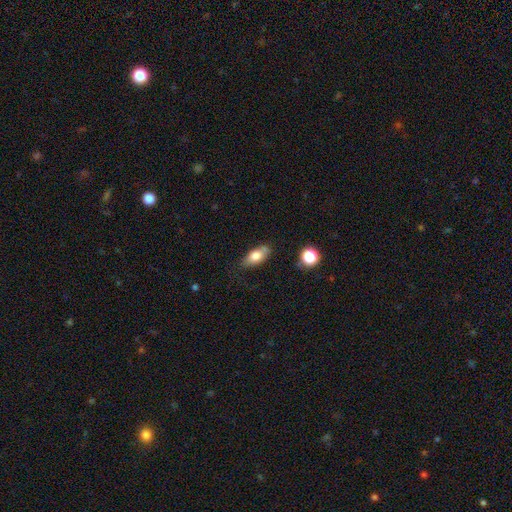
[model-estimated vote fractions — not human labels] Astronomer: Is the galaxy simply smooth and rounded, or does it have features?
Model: smooth — 75%.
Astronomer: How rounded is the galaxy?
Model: in between — 85%.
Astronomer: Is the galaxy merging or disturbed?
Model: none — 72%.